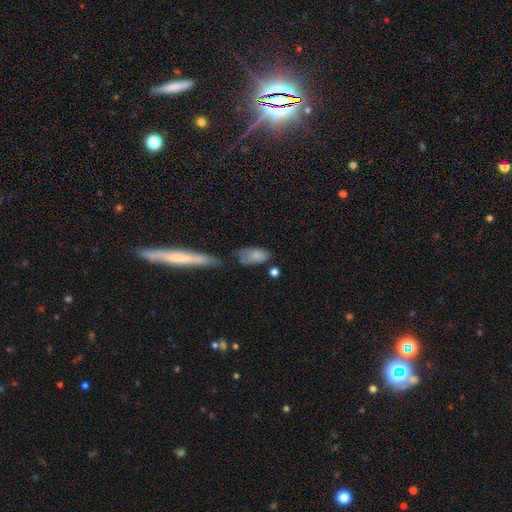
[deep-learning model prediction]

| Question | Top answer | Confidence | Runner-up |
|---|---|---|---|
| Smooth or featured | smooth | 77% | featured or disk (14%) |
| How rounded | in between | 87% | cigar-shaped (8%) |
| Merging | none | 39% | minor disturbance (28%) |